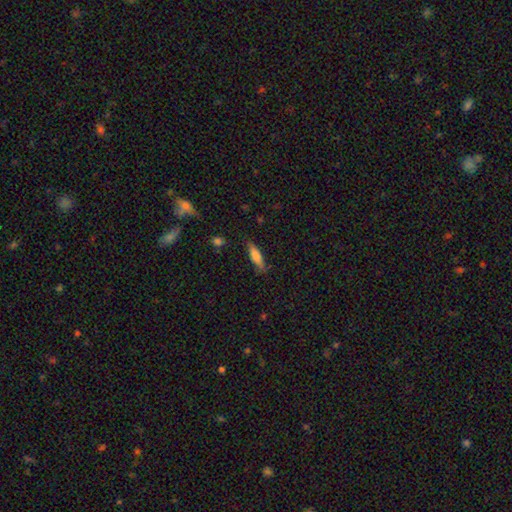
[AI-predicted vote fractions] A smooth galaxy with no disk features (76%) that is cigar-shaped (63%).

Vote fractions:
- Smooth or featured? smooth: 76% / featured or disk: 17% / star or artifact: 7%
- How rounded? cigar-shaped: 63% / in between: 35% / round: 2%
- Merging? none: 77% / minor disturbance: 17% / major disturbance: 4% / merger: 2%